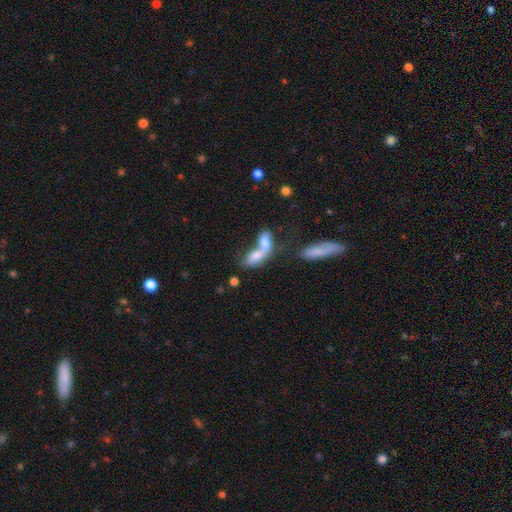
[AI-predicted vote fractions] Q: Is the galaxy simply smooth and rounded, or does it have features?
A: smooth — 68%.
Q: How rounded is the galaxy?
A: in between — 79%.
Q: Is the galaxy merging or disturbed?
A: merger — 75%.